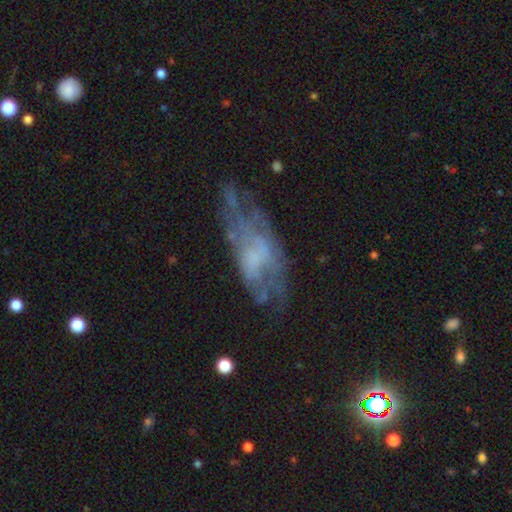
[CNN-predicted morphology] featured or disk 62%, smooth 28%, star or artifact 10%. Down the decision tree: edge-on disk — no (87%); bar — no (74%); spiral arms — no (54%); bulge size — none (52%); merging — none (49%).